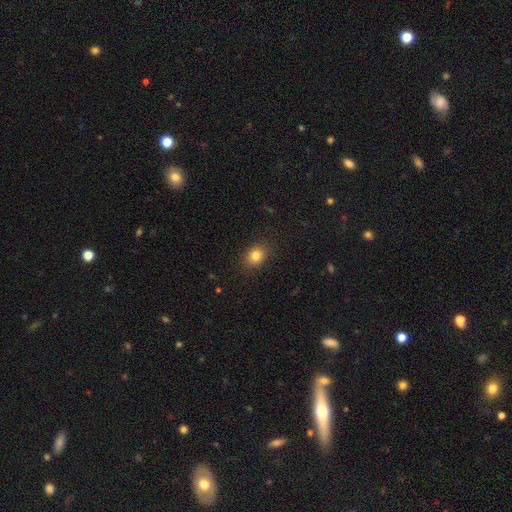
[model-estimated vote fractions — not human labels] This is clearly a smooth galaxy (81%). How rounded: possibly round (51%). Merging: clearly none (87%).